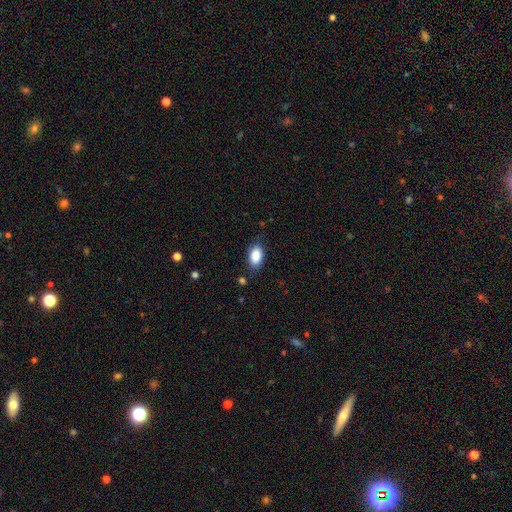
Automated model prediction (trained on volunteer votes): Overall: smooth (87%). How rounded: in between (92%). Merging: none (79%).